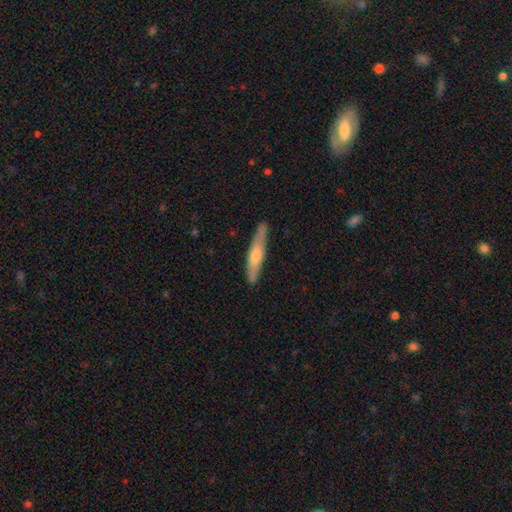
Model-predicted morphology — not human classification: smooth_or_featured: featured or disk (p=0.49) [alt: smooth p=0.45]
merging: none (p=0.86) [alt: minor disturbance p=0.11]